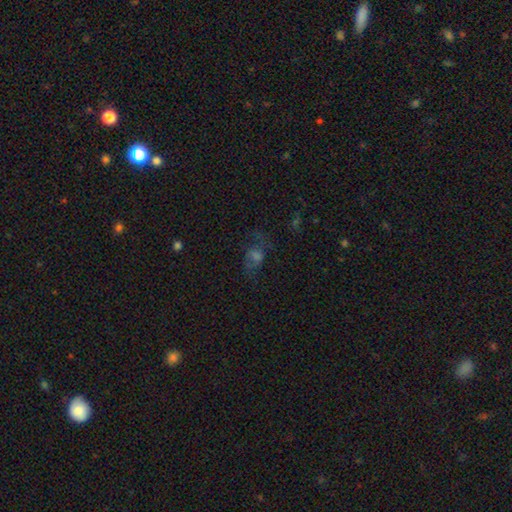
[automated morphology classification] smooth 39%, star or artifact 32%, featured or disk 29%. Down the decision tree: merging — none (54%).